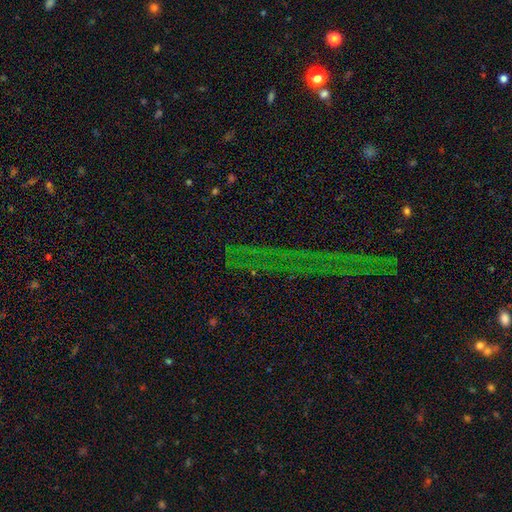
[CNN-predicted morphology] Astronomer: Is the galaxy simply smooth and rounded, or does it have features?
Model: star or artifact — 80%.